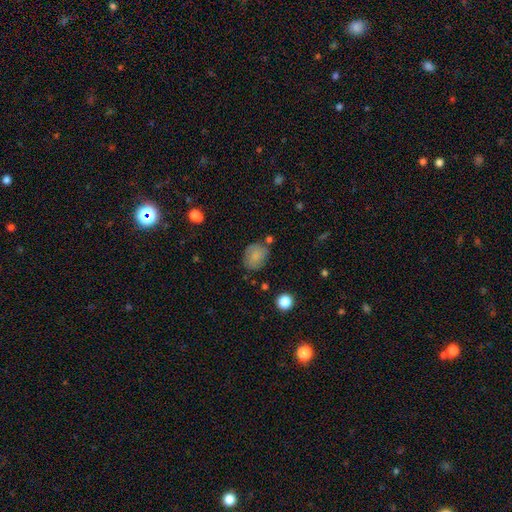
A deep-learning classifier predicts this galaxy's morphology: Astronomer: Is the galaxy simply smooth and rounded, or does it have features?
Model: smooth — 79%.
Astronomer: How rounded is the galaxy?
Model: in between — 54% (runner-up: round, 45%).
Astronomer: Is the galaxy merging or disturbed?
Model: none — 65%.